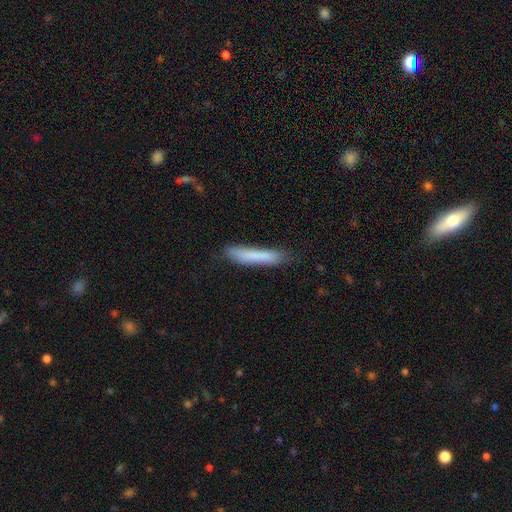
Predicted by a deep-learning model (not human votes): The model was most divided on "merging": none: 75%, minor disturbance: 19%, major disturbance: 4%, merger: 2%. More confident: how rounded — cigar-shaped (92%); smooth or featured — smooth (78%).